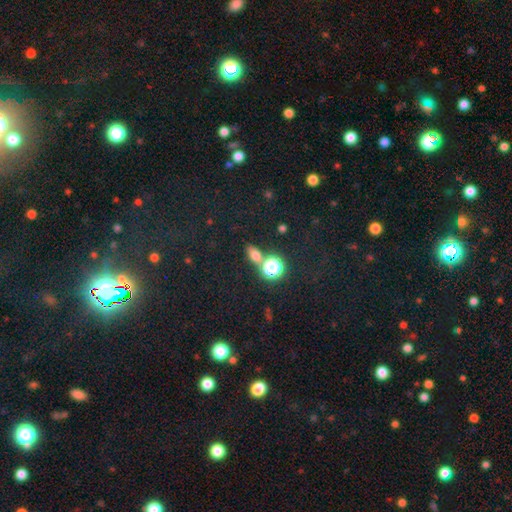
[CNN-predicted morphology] Smooth or featured? Predicted: smooth (p=0.63). How rounded? Predicted: in between (p=0.62). Merging? Predicted: none (p=0.70).